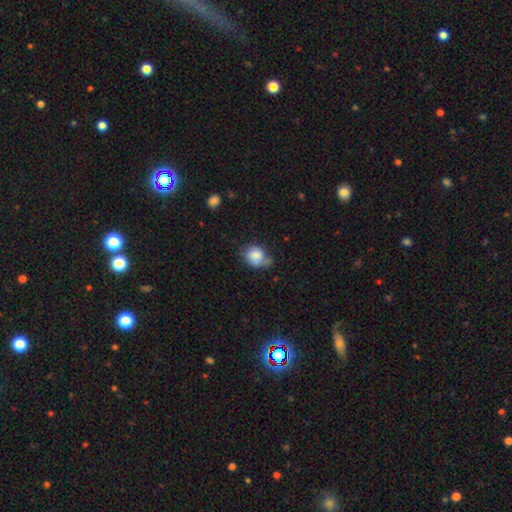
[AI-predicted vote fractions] smooth 80%, featured or disk 12%, star or artifact 8%. Down the decision tree: how rounded — round (55%); merging — none (43%).